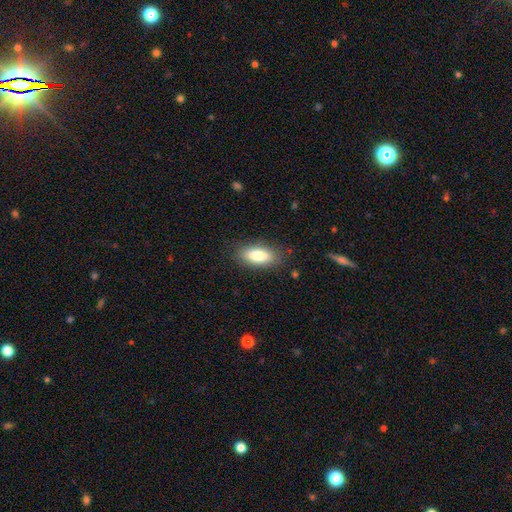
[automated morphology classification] Overall: smooth (82%). How rounded: in between (83%). Merging: none (84%).